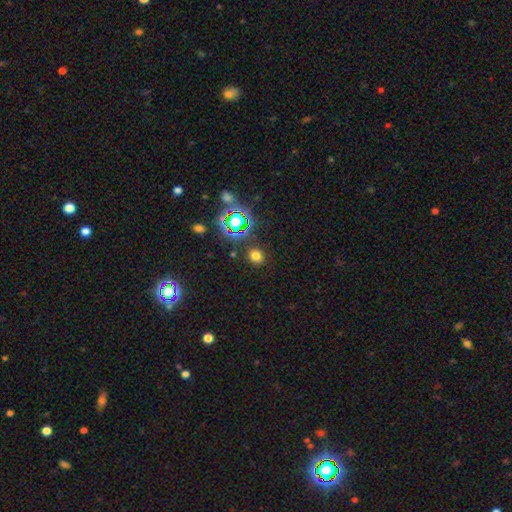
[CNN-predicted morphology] This is likely a smooth galaxy (69%). How rounded: clearly round (82%). Merging: clearly none (87%).